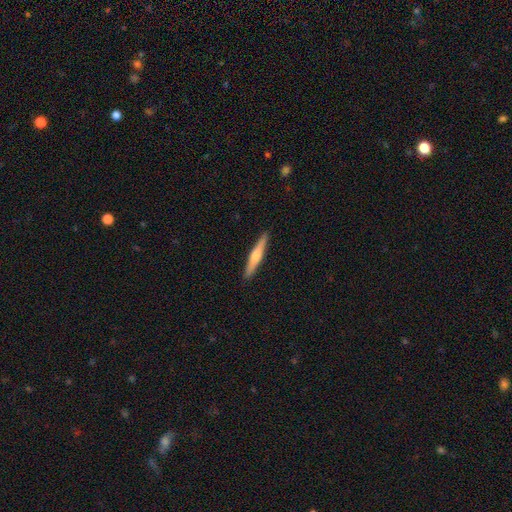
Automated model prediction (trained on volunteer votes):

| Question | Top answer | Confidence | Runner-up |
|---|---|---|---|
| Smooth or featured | smooth | 51% | featured or disk (44%) |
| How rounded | cigar-shaped | 93% | in between (6%) |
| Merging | none | 91% | minor disturbance (7%) |